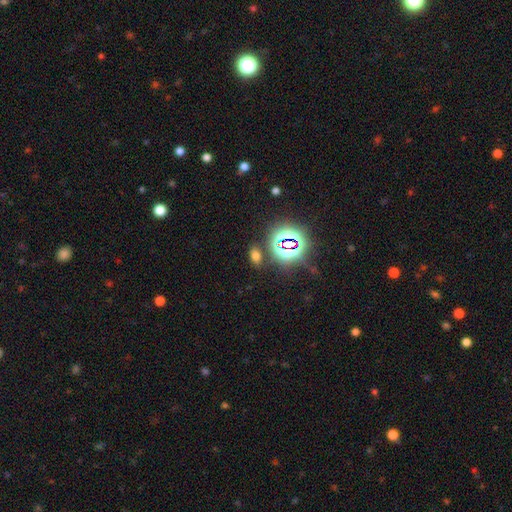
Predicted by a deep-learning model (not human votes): A smooth galaxy with no disk features (55%) that is in between round and cigar-shaped (82%). Merging: none (81%).